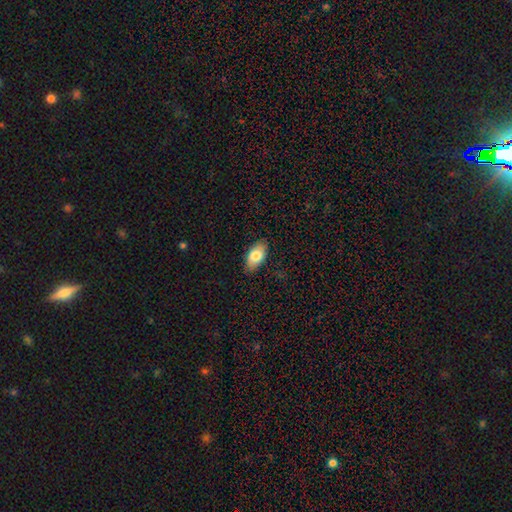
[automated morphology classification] The model was most divided on "smooth or featured": smooth: 79%, featured or disk: 14%, star or artifact: 7%. More confident: how rounded — in between (93%); merging — none (85%).